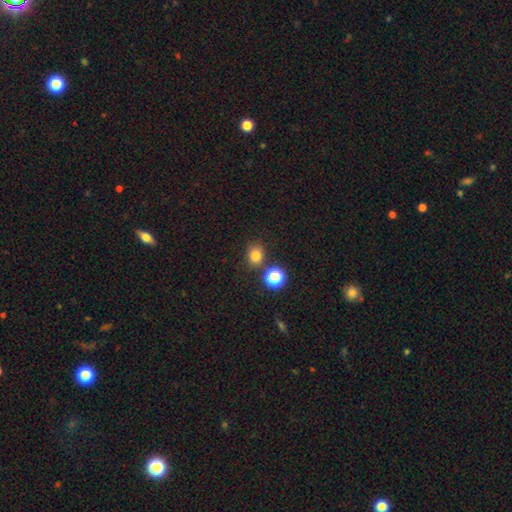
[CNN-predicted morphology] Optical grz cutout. It shows a smooth galaxy with no disk features (78%) that is round (70%). Merging: none (77%).